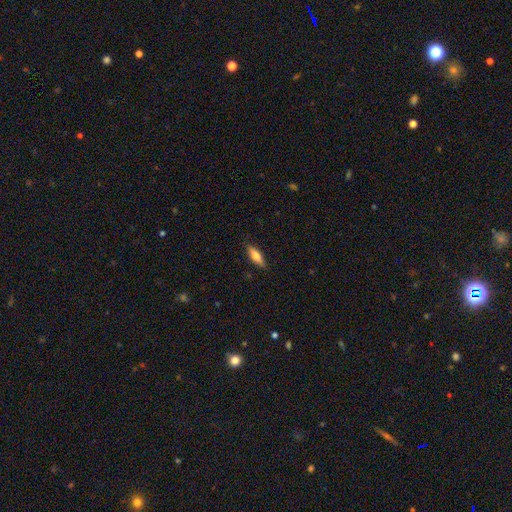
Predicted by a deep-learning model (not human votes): Q: Smooth or featured?
A: smooth (69%); runner-up: featured or disk (25%)
Q: How rounded?
A: in between (52%); runner-up: cigar-shaped (45%)
Q: Merging?
A: none (87%); runner-up: minor disturbance (10%)